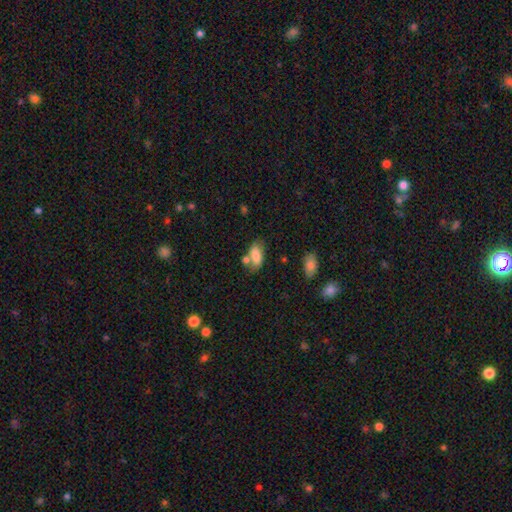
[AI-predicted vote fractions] Smooth or featured? Predicted: smooth (p=0.79). How rounded? Predicted: in between (p=0.89). Merging? Predicted: none (p=0.51).